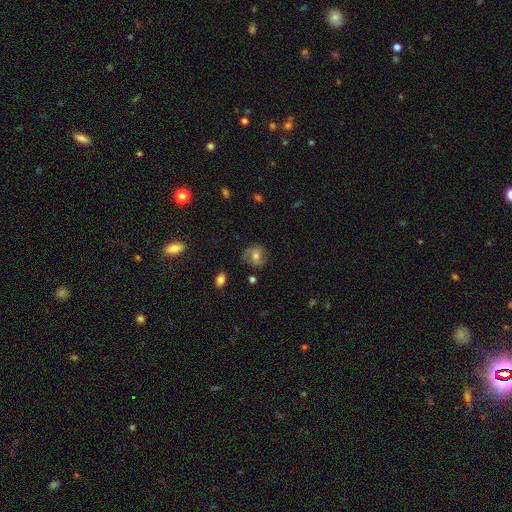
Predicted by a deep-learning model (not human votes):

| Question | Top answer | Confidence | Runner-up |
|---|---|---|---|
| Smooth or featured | featured or disk | 58% | smooth (31%) |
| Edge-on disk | no | 97% | yes (3%) |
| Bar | no | 49% | weak (39%) |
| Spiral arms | yes | 89% | no (11%) |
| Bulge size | moderate | 59% | small (31%) |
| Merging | none | 74% | minor disturbance (18%) |